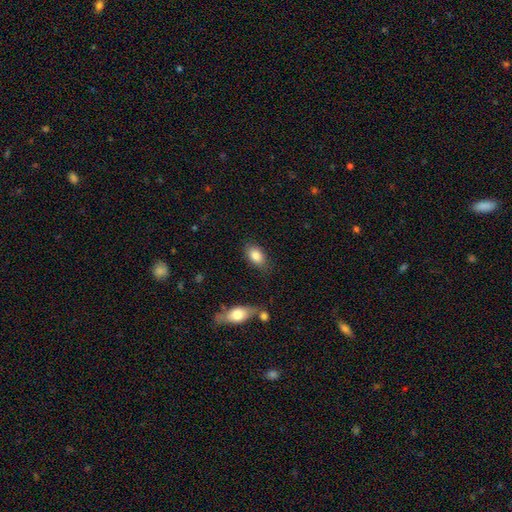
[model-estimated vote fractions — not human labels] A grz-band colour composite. It shows a smooth galaxy with no disk features (83%) that is in between round and cigar-shaped (87%). Merging: none (80%).